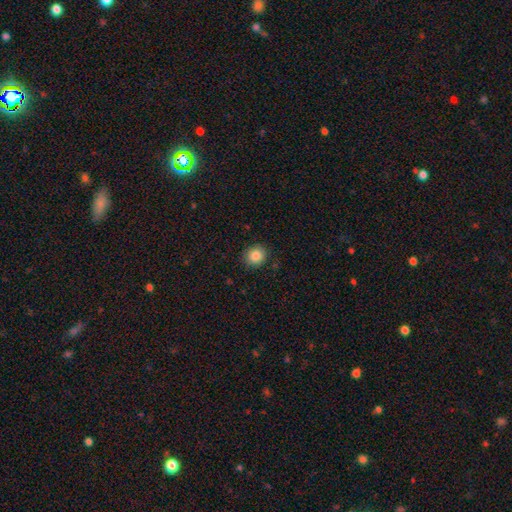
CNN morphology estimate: This appears to be a smooth galaxy with no disk features (85%) that is round (86%). Merging: none (90%).